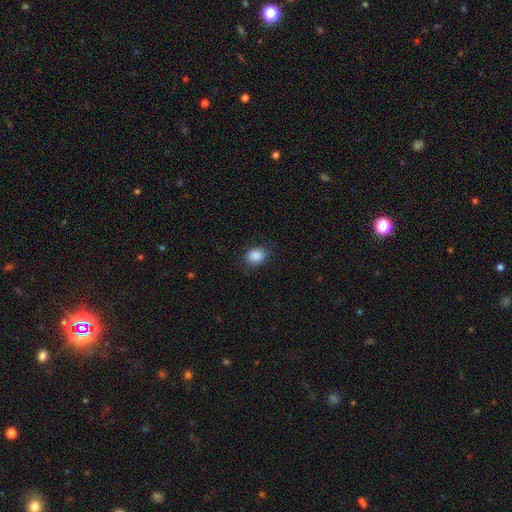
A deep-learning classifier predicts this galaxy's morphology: Smooth or featured: smooth — 89% (star or artifact — 8%)
How rounded: in between — 58% (round — 41%)
Merging: none — 84% (minor disturbance — 12%)